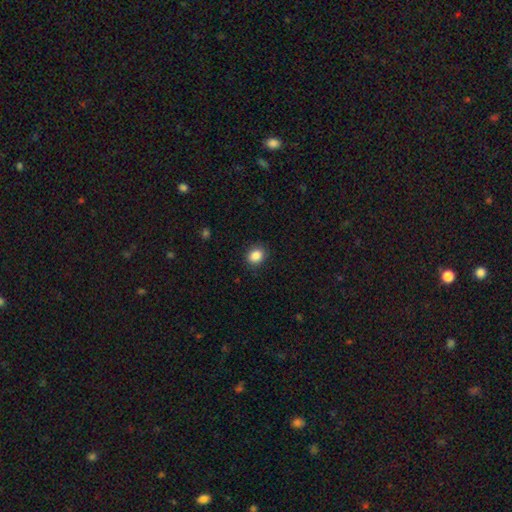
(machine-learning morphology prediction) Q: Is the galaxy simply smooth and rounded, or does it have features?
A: smooth — 87%.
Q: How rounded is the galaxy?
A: round — 59%.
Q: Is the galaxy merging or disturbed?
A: none — 89%.